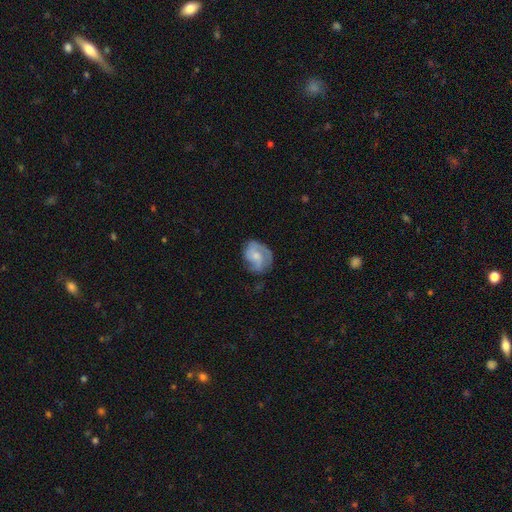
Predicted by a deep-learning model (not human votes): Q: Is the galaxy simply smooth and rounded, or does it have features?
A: featured or disk — 64%.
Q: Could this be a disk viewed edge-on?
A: no — 98%.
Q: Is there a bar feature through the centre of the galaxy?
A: no — 65%.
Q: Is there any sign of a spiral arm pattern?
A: yes — 87%.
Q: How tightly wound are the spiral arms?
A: medium — 45%.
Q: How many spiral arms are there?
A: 2 — 45%.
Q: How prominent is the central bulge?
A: small — 43%.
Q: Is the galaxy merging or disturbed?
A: none — 58%.